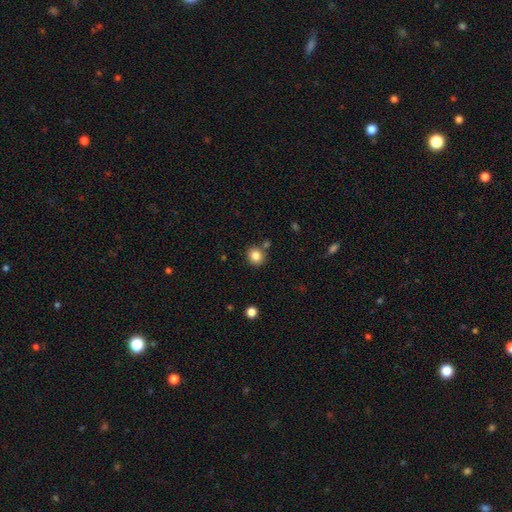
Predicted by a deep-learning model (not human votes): Smooth or featured: smooth — 84% (star or artifact — 11%)
How rounded: round — 84% (in between — 15%)
Merging: none — 81% (minor disturbance — 9%)